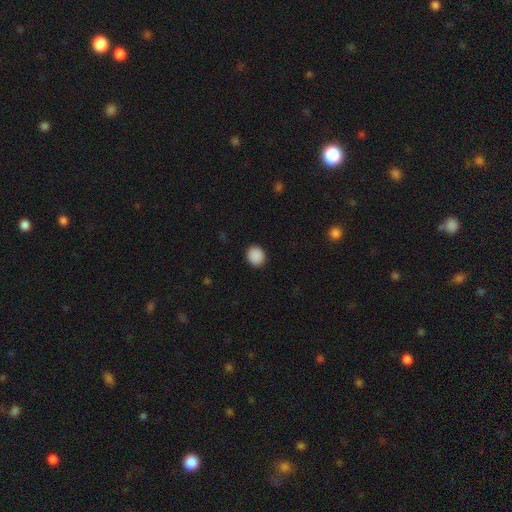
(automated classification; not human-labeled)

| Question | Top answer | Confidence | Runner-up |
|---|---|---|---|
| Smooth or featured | smooth | 90% | star or artifact (8%) |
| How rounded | round | 82% | in between (17%) |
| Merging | none | 91% | minor disturbance (6%) |